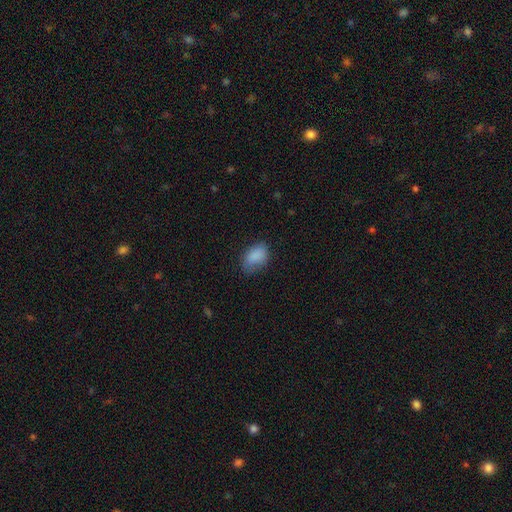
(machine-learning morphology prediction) This appears to be a smooth galaxy with no disk features (86%) that is in between round and cigar-shaped (88%). Merging: none (63%).